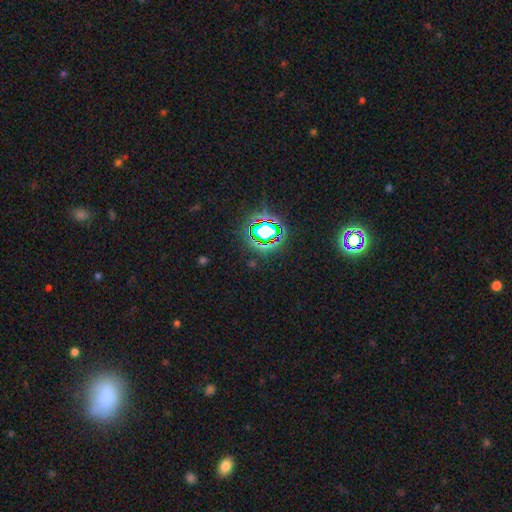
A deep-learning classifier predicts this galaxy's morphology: smooth-or-featured: star or artifact: 79% | smooth: 13% | featured or disk: 8%